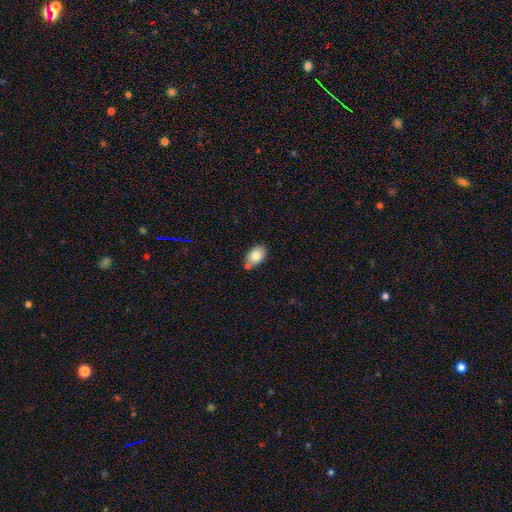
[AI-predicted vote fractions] Overall: smooth (80%). How rounded: in between (85%). Merging: none (66%).